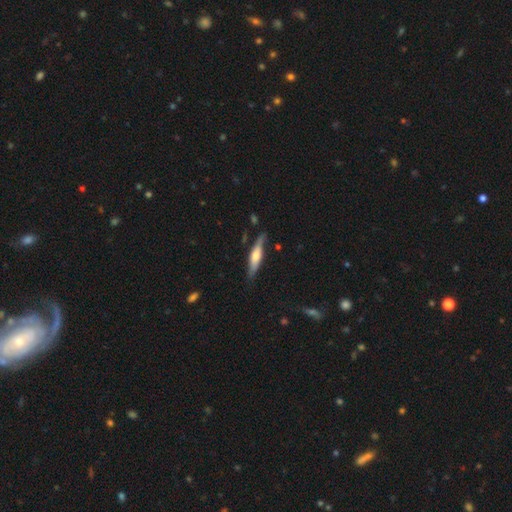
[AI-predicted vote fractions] The model was most divided on "smooth or featured": featured or disk: 51%, smooth: 44%, star or artifact: 5%. More confident: edge-on disk — yes (87%); merging — none (74%).